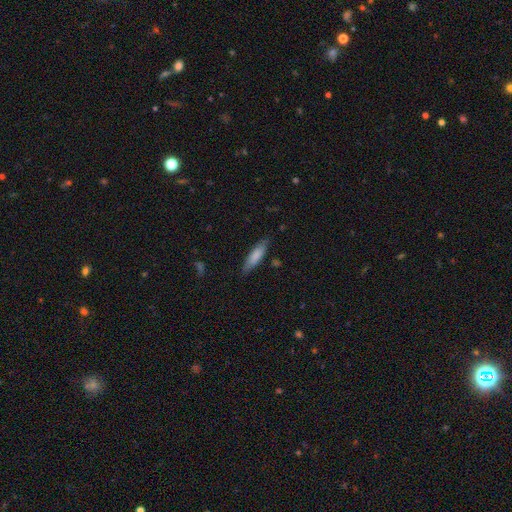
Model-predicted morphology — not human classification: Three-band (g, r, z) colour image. It shows a smooth galaxy with no disk features (78%) that is cigar-shaped (68%). Merging: none (81%).